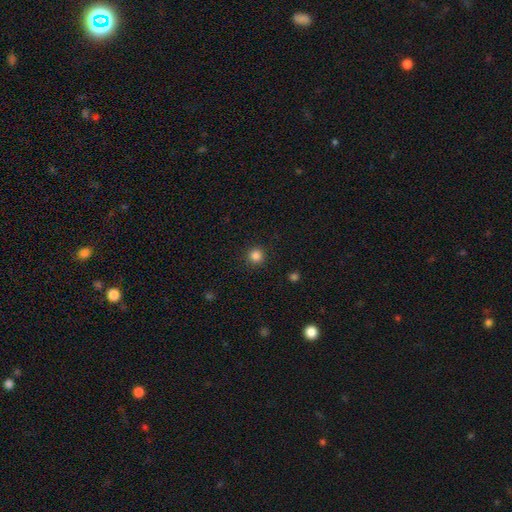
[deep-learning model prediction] Smooth or featured: smooth — 84% (star or artifact — 12%)
How rounded: round — 95% (in between — 4%)
Merging: none — 91% (minor disturbance — 5%)